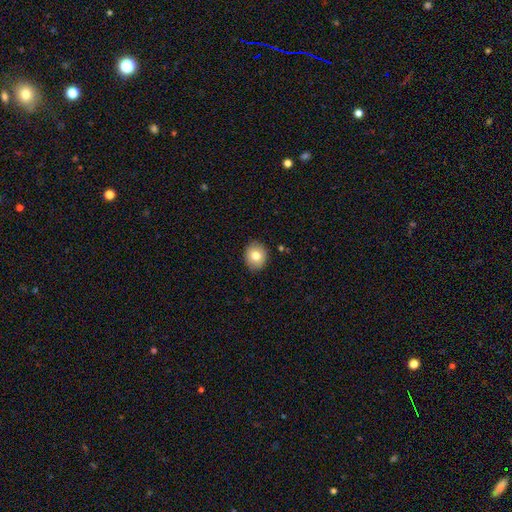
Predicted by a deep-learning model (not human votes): This is likely a smooth galaxy (79%). How rounded: likely round (66%). Merging: clearly none (89%).